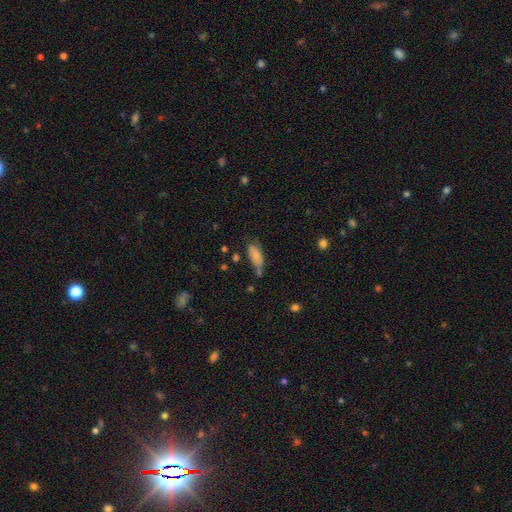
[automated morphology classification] smooth_or_featured: smooth (p=0.82) [alt: featured or disk p=0.10]
how_rounded: in between (p=0.80) [alt: cigar-shaped p=0.18]
merging: none (p=0.45) [alt: minor disturbance p=0.31]